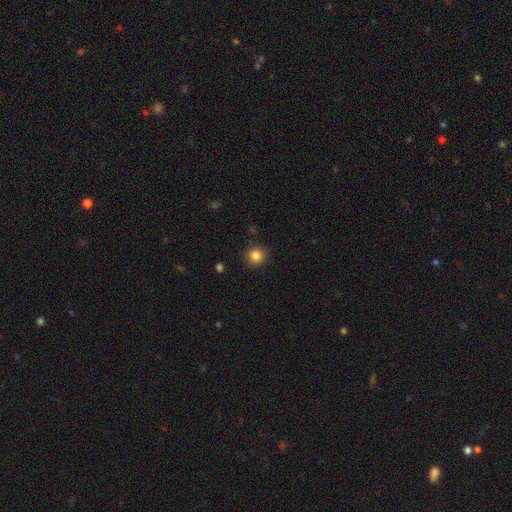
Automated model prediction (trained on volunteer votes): smooth 85%, star or artifact 11%, featured or disk 4%. Down the decision tree: how rounded — round (94%); merging — none (90%).